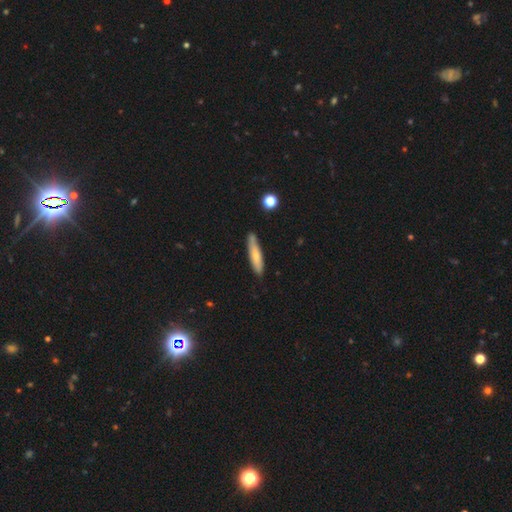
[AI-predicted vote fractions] A smooth galaxy with no disk features (69%) that is cigar-shaped (85%).

Vote fractions:
- Smooth or featured? smooth: 69% / featured or disk: 25% / star or artifact: 6%
- How rounded? cigar-shaped: 85% / in between: 14% / round: 1%
- Merging? none: 78% / minor disturbance: 16% / merger: 3% / major disturbance: 3%